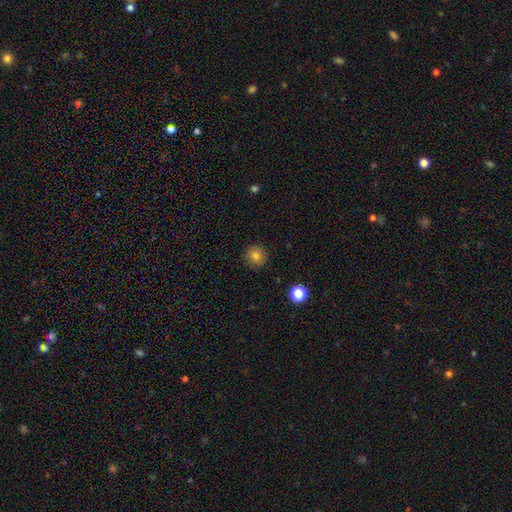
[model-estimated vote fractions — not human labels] Smooth or featured: smooth — 82% (star or artifact — 11%)
How rounded: round — 91% (in between — 8%)
Merging: none — 90% (minor disturbance — 7%)